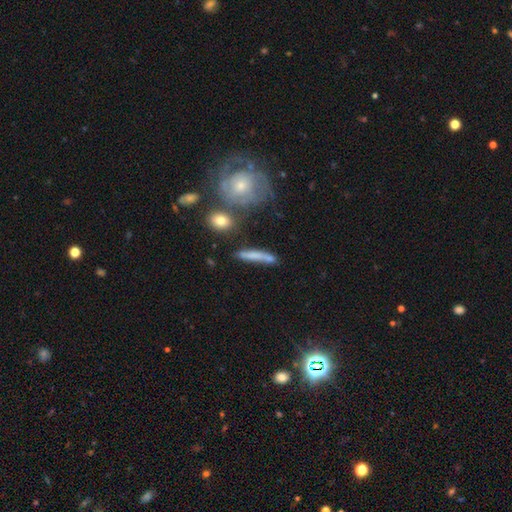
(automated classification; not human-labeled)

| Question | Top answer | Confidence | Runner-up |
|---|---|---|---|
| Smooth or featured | smooth | 60% | featured or disk (30%) |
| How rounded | cigar-shaped | 84% | in between (12%) |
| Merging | none | 63% | minor disturbance (19%) |